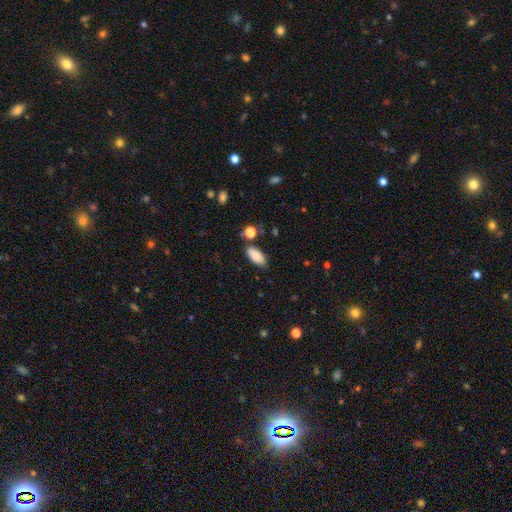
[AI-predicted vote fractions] Q: Smooth or featured?
A: smooth (85%); runner-up: star or artifact (8%)
Q: How rounded?
A: in between (90%); runner-up: cigar-shaped (7%)
Q: Merging?
A: none (72%); runner-up: minor disturbance (18%)